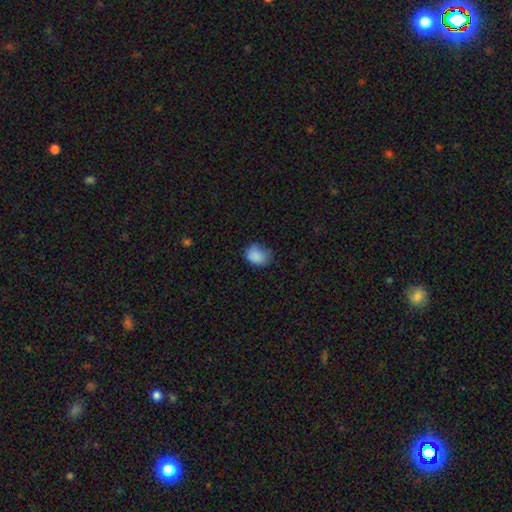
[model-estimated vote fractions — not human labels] This is clearly a smooth galaxy (87%). How rounded: possibly in between (56%). Merging: possibly none (58%).